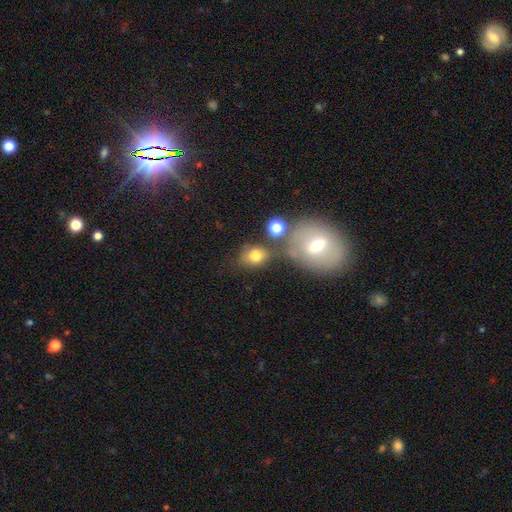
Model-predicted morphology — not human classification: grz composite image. It shows a smooth galaxy with no disk features (74%) that is in between round and cigar-shaped (51%). Merging: none (53%).